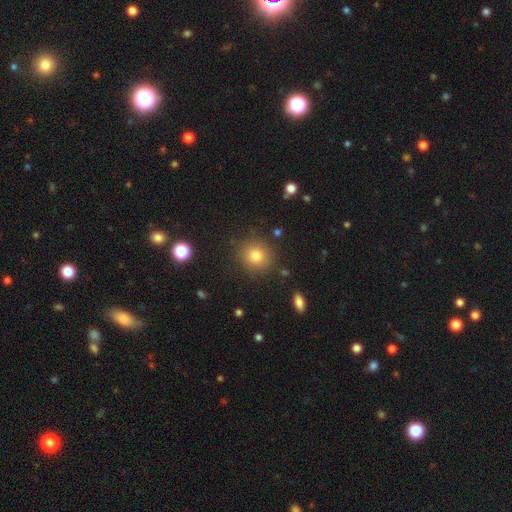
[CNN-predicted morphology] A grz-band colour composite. It shows a smooth galaxy with no disk features (79%) that is round (89%). Merging: none (87%).